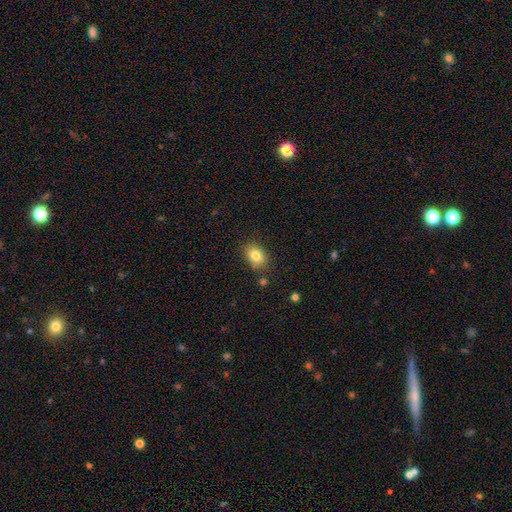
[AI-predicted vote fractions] This appears to be a smooth galaxy with no disk features (83%) that is in between round and cigar-shaped (76%). Merging: none (81%).